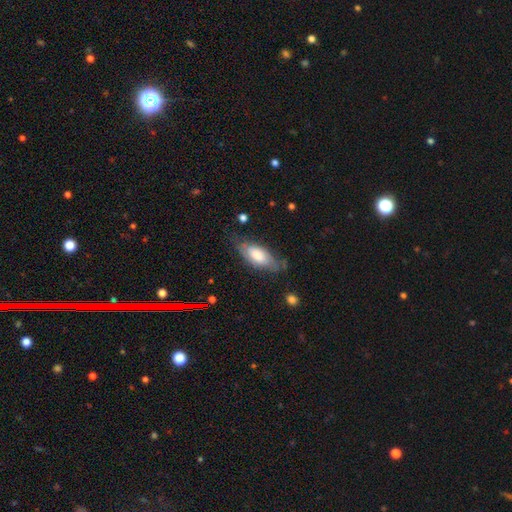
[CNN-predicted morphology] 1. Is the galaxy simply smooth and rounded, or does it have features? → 62% smooth, 31% featured or disk, 6% star or artifact.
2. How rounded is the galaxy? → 82% in between, 16% cigar-shaped, 2% round.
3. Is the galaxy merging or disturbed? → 59% none, 29% minor disturbance, 10% major disturbance, 2% merger.